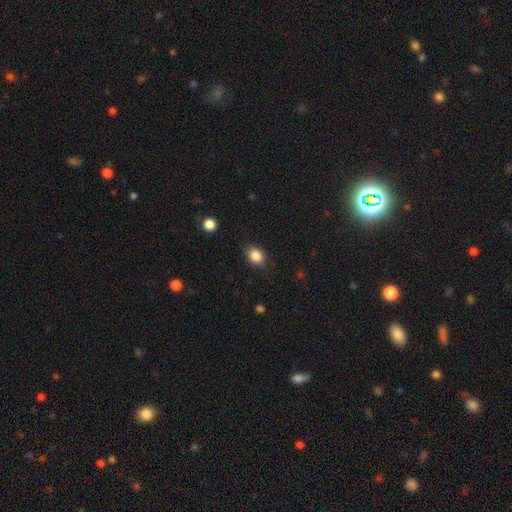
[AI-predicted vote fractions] Q: Smooth or featured?
A: smooth (86%); runner-up: star or artifact (9%)
Q: How rounded?
A: in between (57%); runner-up: round (42%)
Q: Merging?
A: none (82%); runner-up: minor disturbance (13%)